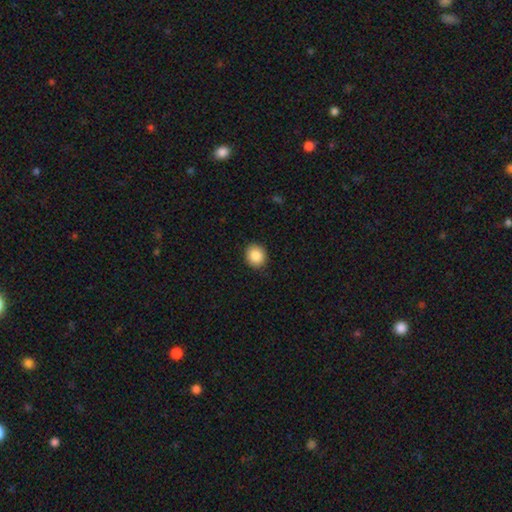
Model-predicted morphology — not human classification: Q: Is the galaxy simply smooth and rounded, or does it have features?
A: smooth — 87%.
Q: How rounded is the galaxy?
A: round — 80%.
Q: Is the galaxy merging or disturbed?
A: none — 90%.